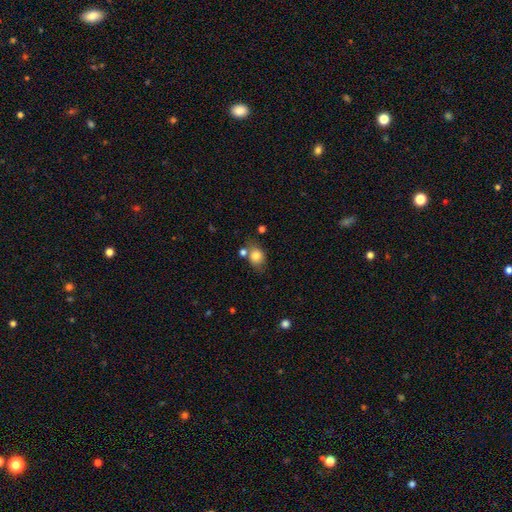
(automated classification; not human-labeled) Overall: smooth (80%). How rounded: in between (50%; round 48%). Merging: none (60%).